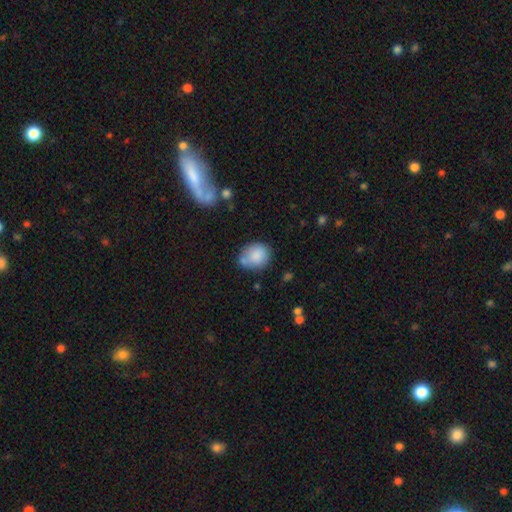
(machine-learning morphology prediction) A smooth galaxy with no disk features (82%) that is round (63%).

Vote fractions:
- Smooth or featured? smooth: 82% / featured or disk: 10% / star or artifact: 8%
- How rounded? round: 63% / in between: 36% / cigar-shaped: 1%
- Merging? none: 57% / minor disturbance: 24% / merger: 13% / major disturbance: 7%